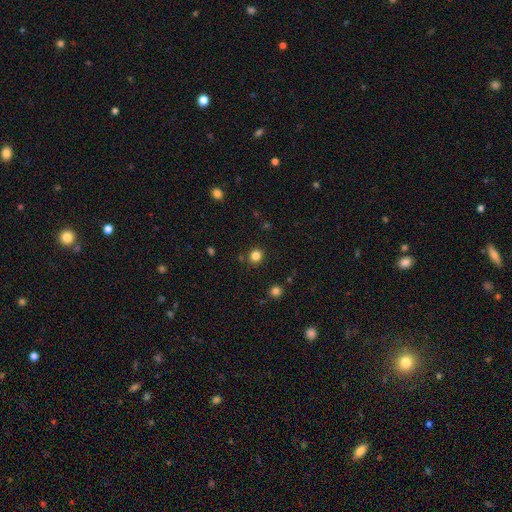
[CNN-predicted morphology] Smooth or featured? smooth (82%)
How rounded? round (85%)
Merging? none (87%)